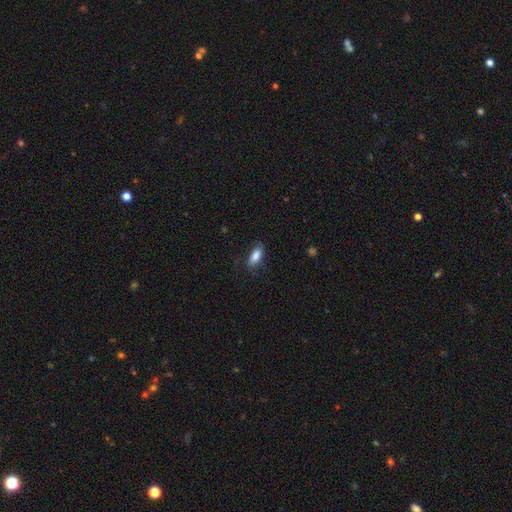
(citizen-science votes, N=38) smooth-or-featured: smooth: 84% | featured or disk: 13% | star or artifact: 3%
  how-rounded: in between: 81% | cigar-shaped: 16% | round: 3%
  merging: none: 89% | minor disturbance: 11% | major disturbance: 0% | merger: 0%